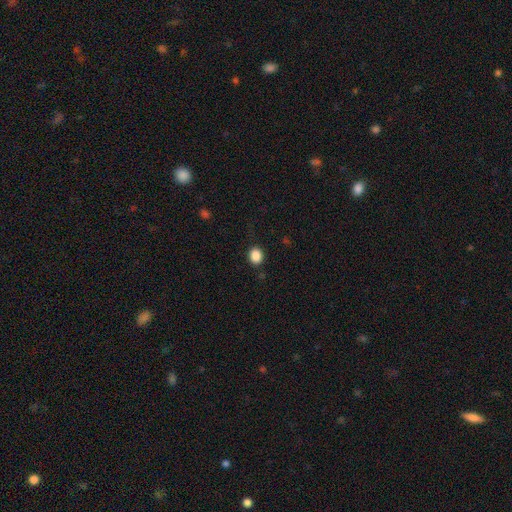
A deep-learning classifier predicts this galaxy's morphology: Q: Smooth or featured?
A: smooth (87%); runner-up: star or artifact (10%)
Q: How rounded?
A: round (58%); runner-up: in between (41%)
Q: Merging?
A: none (88%); runner-up: minor disturbance (8%)